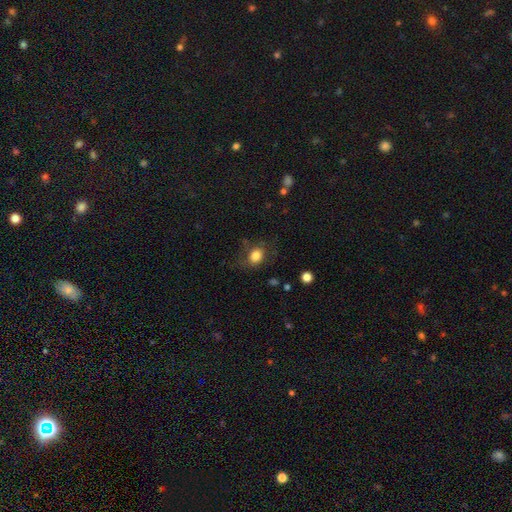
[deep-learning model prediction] Smooth or featured? smooth (80%)
How rounded? in between (50%)
Merging? none (63%)